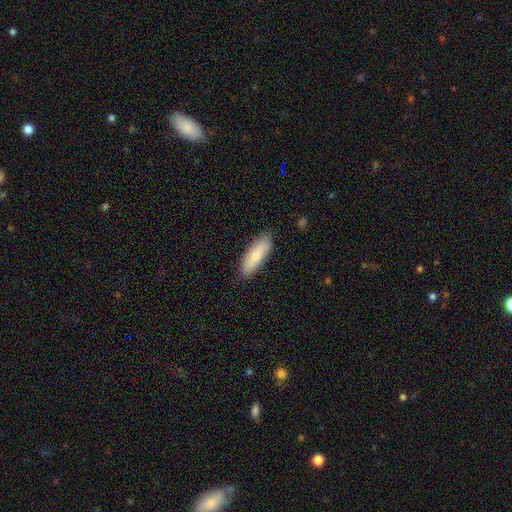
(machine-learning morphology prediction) Smooth or featured?
  - smooth: 79% *
  - featured or disk: 16%
  - star or artifact: 6%
How rounded?
  - cigar-shaped: 49% * (tied)
  - in between: 49% * (tied)
  - round: 2%
Merging?
  - none: 84% *
  - minor disturbance: 12%
  - major disturbance: 2%
  - merger: 1%